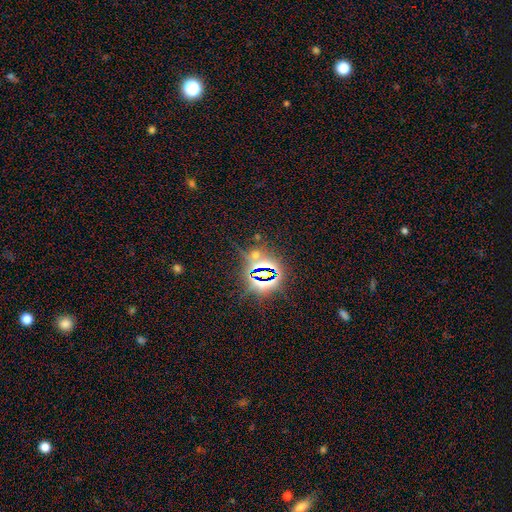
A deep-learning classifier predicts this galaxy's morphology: type=star or artifact (77%).